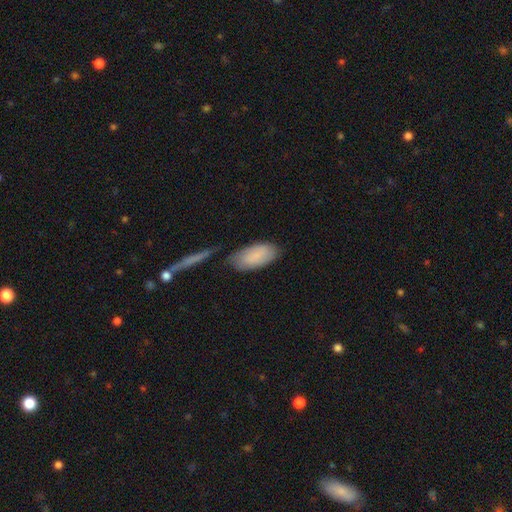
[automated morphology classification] type=smooth (80%); roundness=in between (92%); merging=none (61%).